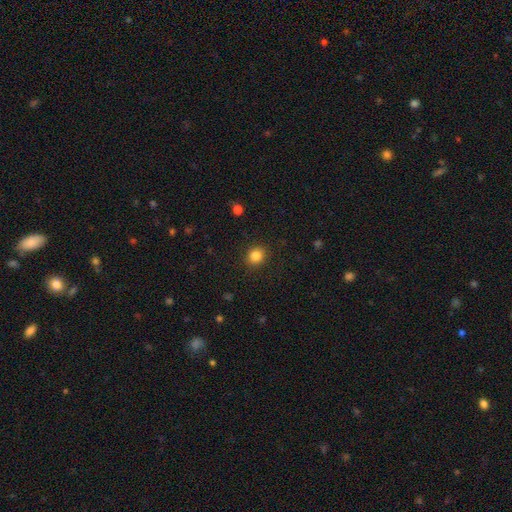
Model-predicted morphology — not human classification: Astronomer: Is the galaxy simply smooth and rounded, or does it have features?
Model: smooth — 85%.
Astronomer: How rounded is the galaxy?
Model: round — 77%.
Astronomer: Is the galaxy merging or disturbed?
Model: none — 89%.